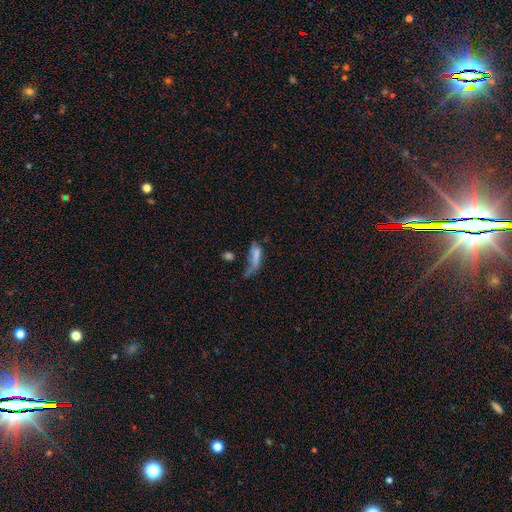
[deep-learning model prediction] Smooth or featured? smooth (61%)
How rounded? in between (58%)
Merging? major disturbance (41%)